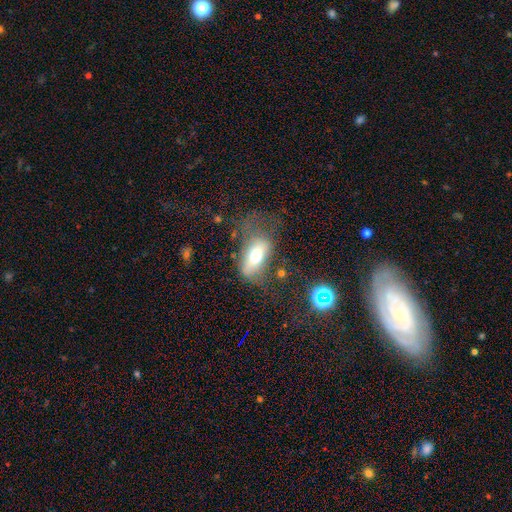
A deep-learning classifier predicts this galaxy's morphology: Q: Smooth or featured?
A: smooth (61%); runner-up: featured or disk (30%)
Q: How rounded?
A: in between (87%); runner-up: cigar-shaped (7%)
Q: Merging?
A: none (36%); runner-up: major disturbance (34%)